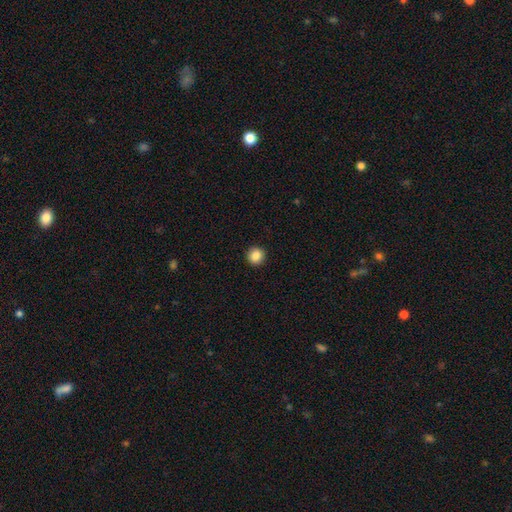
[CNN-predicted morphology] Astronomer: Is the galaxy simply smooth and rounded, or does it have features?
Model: smooth — 86%.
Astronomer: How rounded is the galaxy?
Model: round — 93%.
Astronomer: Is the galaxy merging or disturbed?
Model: none — 93%.